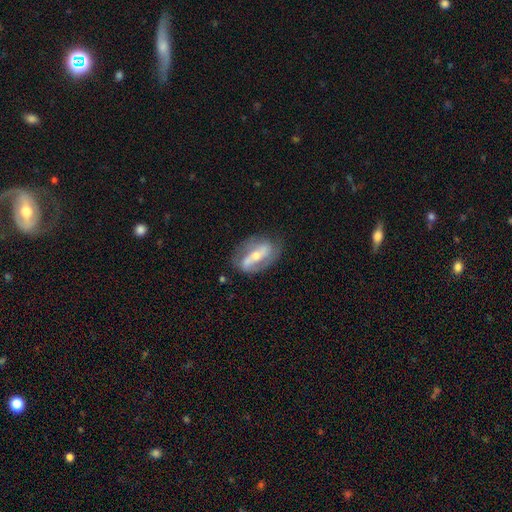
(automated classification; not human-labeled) This is likely a featured or disk galaxy (75%). It is clearly not viewed edge-on (88%). Bar: likely strong (62%). Spiral arm pattern: likely yes (74%). Central bulge: possibly moderate (53%). Merging: likely none (73%).